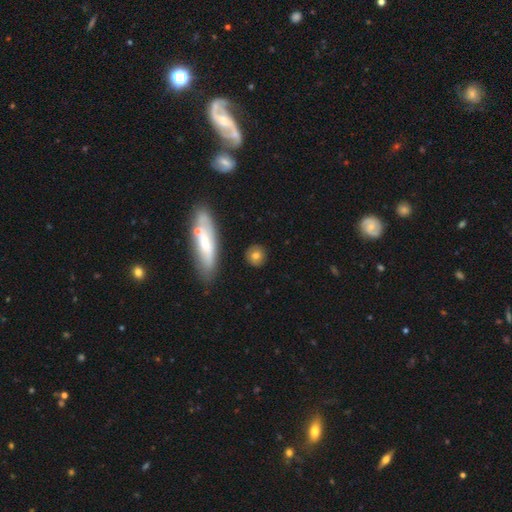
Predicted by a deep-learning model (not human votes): A smooth galaxy with no disk features (75%) that is round (79%). Merging: none (84%).